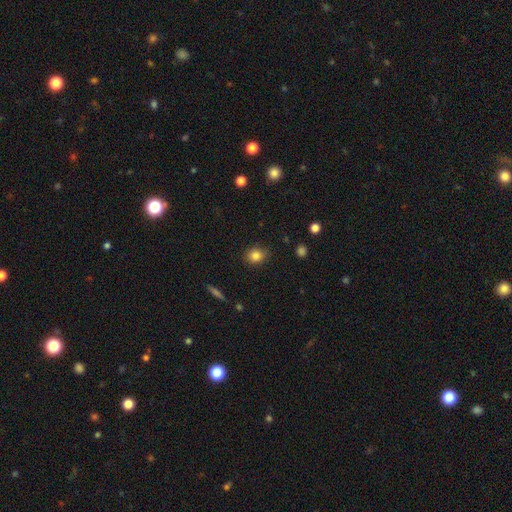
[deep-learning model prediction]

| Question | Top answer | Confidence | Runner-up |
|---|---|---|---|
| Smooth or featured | smooth | 83% | star or artifact (10%) |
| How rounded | round | 60% | in between (39%) |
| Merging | none | 83% | minor disturbance (13%) |